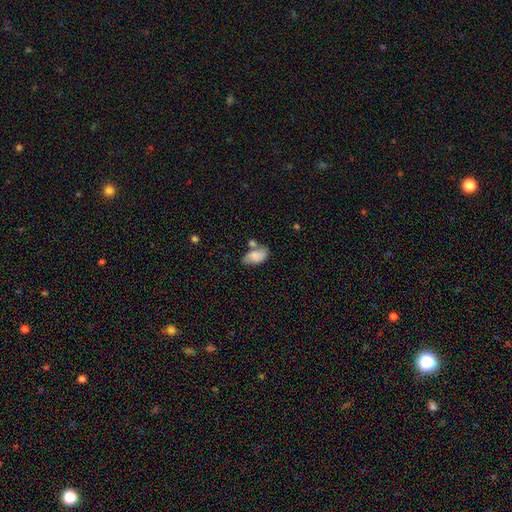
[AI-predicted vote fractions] This is likely a smooth galaxy (77%). How rounded: clearly in between (93%). Merging: marginally none (44%).